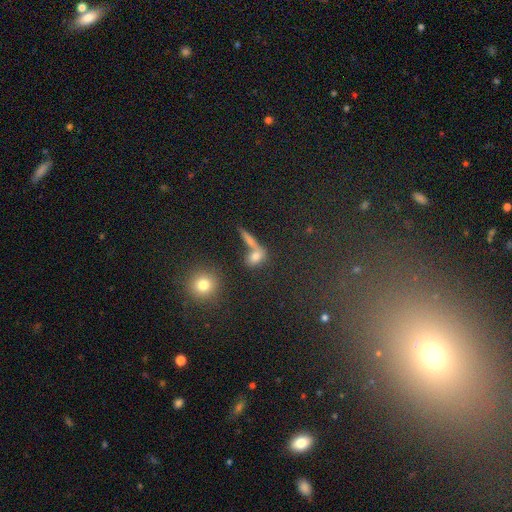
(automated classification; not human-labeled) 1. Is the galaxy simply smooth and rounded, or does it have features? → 68% smooth, 17% star or artifact, 15% featured or disk.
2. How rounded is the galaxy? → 45% in between, 33% round, 22% cigar-shaped.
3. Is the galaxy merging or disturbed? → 50% none, 32% merger, 11% minor disturbance, 7% major disturbance.